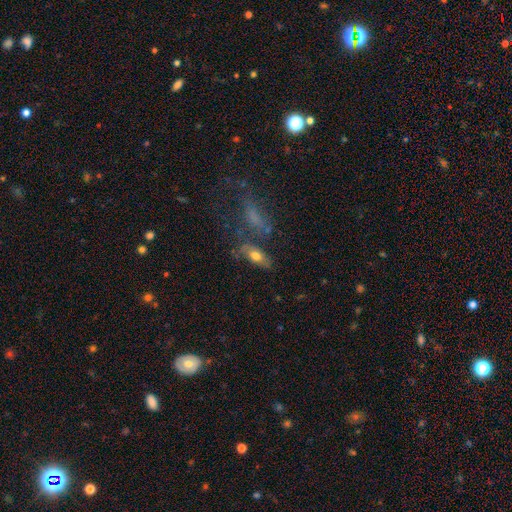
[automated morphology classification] smooth_or_featured: smooth (p=0.67) [alt: featured or disk p=0.24]
how_rounded: in between (p=0.75) [alt: cigar-shaped p=0.20]
merging: none (p=0.61) [alt: minor disturbance p=0.18]